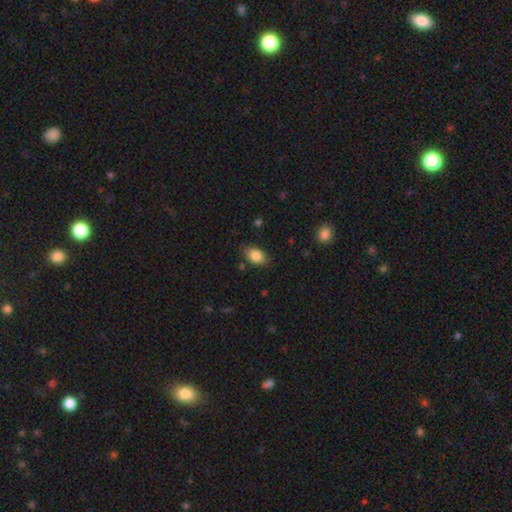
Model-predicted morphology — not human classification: Overall: smooth (85%). How rounded: in between (87%). Merging: none (83%).